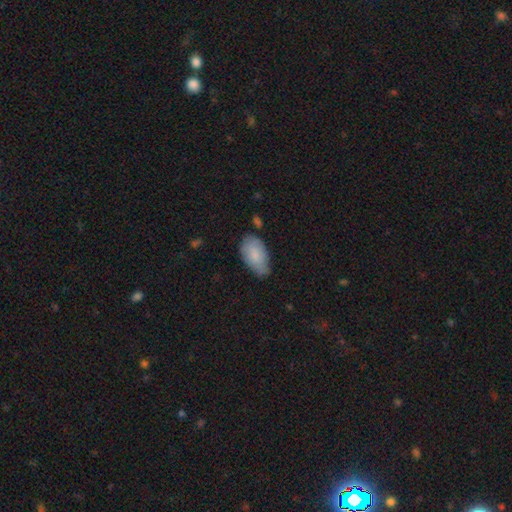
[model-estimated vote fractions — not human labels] This is clearly a smooth galaxy (82%). How rounded: clearly in between (95%). Merging: possibly none (57%).